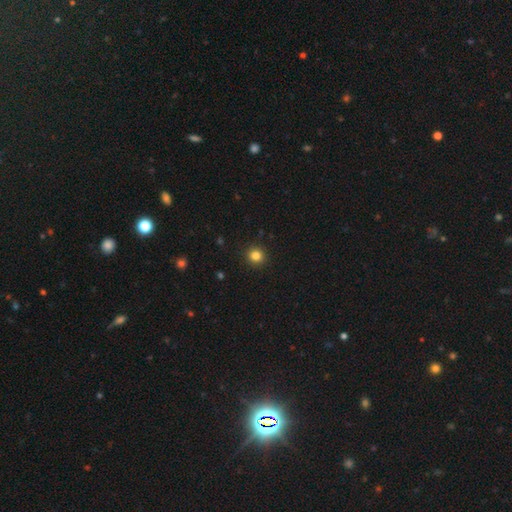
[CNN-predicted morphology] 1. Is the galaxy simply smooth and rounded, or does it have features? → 83% smooth, 12% star or artifact, 5% featured or disk.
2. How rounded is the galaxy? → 93% round, 6% in between, 1% cigar-shaped.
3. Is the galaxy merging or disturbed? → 92% none, 5% minor disturbance, 2% major disturbance, 1% merger.